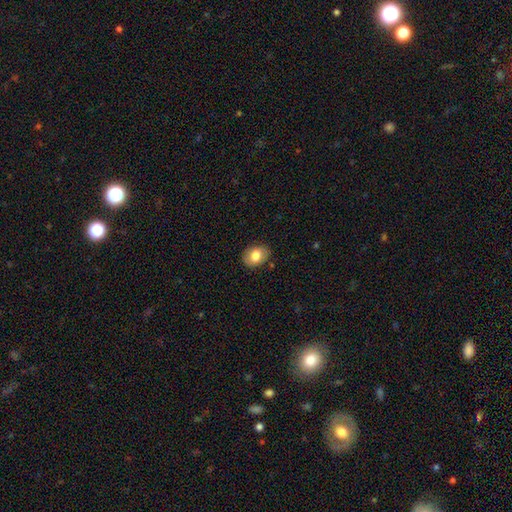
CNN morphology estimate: type=smooth (80%); roundness=in between (69%); merging=none (85%).